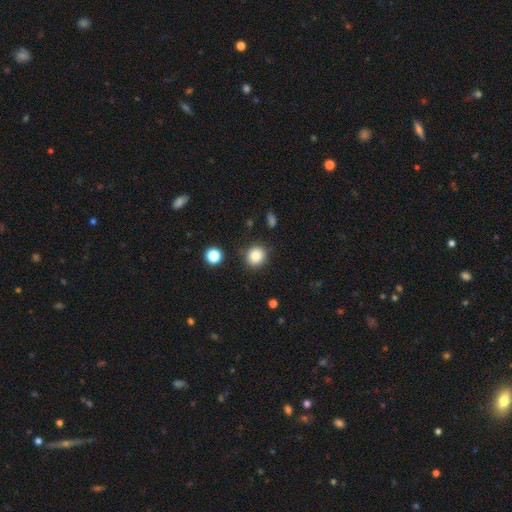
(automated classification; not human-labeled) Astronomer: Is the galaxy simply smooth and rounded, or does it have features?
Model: smooth — 84%.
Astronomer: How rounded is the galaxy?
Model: round — 81%.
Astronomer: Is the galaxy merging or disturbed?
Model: none — 87%.